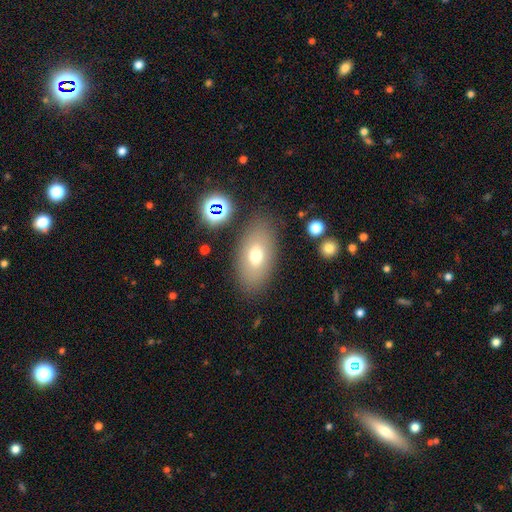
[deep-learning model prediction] Smooth or featured? Predicted: smooth (p=0.69). How rounded? Predicted: in between (p=0.89). Merging? Predicted: none (p=0.82).